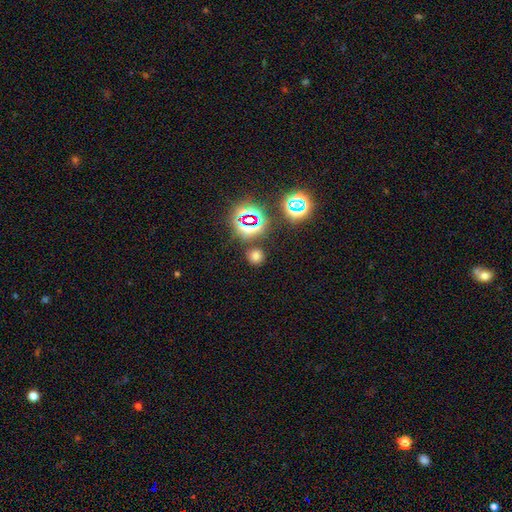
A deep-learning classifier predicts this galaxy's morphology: A smooth galaxy with no disk features (64%) that is round (88%). Merging: none (84%).